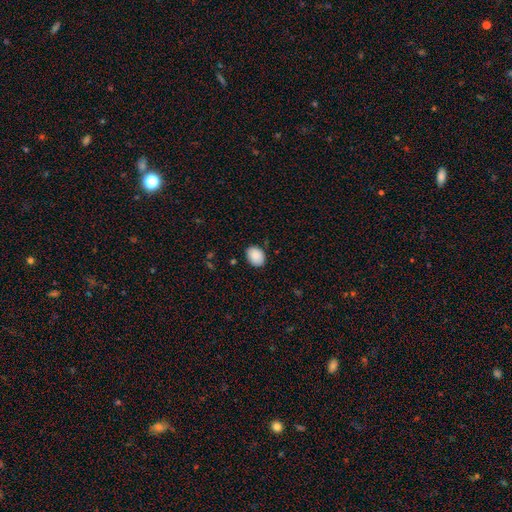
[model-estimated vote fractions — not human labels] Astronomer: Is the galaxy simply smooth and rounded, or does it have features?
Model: smooth — 89%.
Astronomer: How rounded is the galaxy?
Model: in between — 64%.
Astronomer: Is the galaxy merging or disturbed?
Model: none — 84%.